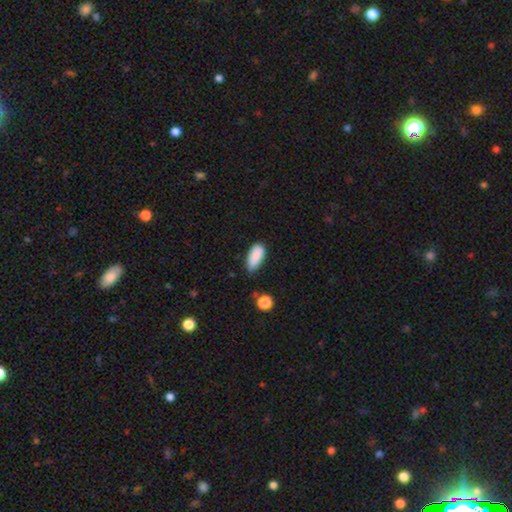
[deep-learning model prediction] Overall: smooth (87%). How rounded: in between (89%). Merging: none (59%; minor disturbance 33%).